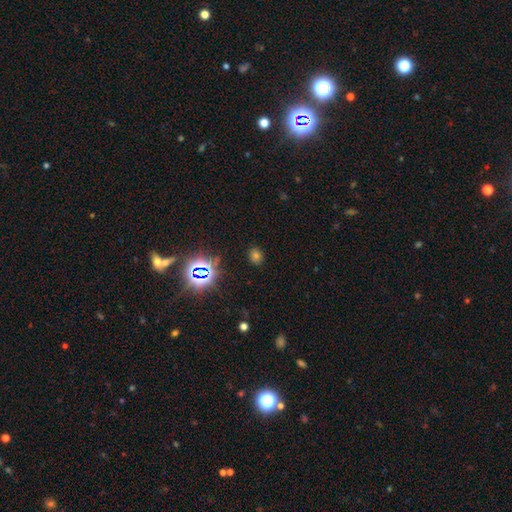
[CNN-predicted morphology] Smooth or featured? smooth (47%)
Merging? none (84%)